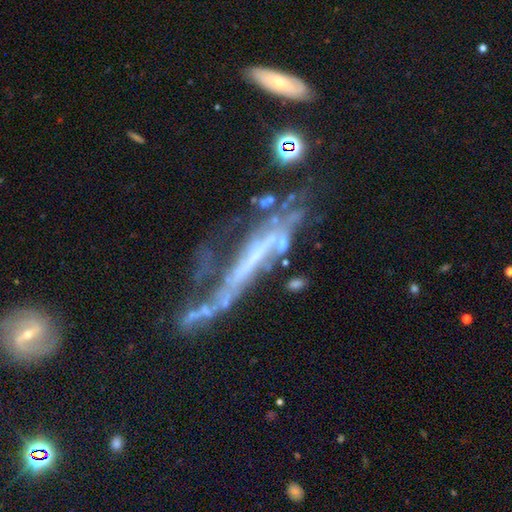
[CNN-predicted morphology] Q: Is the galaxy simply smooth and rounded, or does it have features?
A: featured or disk — 69%.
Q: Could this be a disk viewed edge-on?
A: no — 53%.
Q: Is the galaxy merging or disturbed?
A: major disturbance — 37%.